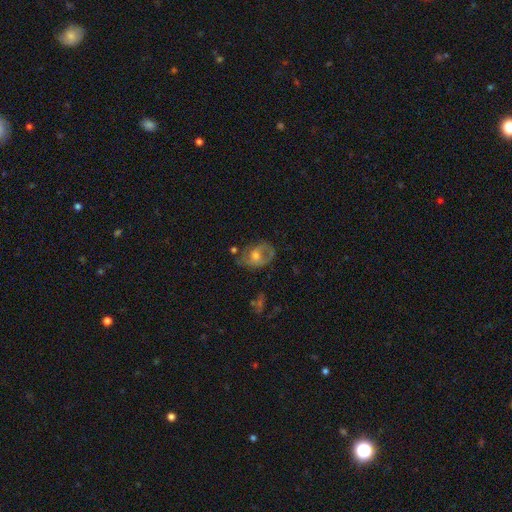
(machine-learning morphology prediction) Smooth or featured?
  - featured or disk: 52% *
  - smooth: 40%
  - star or artifact: 8%
Edge-on disk?
  - no: 95% *
  - yes: 5%
Merging?
  - none: 44% *
  - minor disturbance: 29%
  - major disturbance: 22%
  - merger: 5%